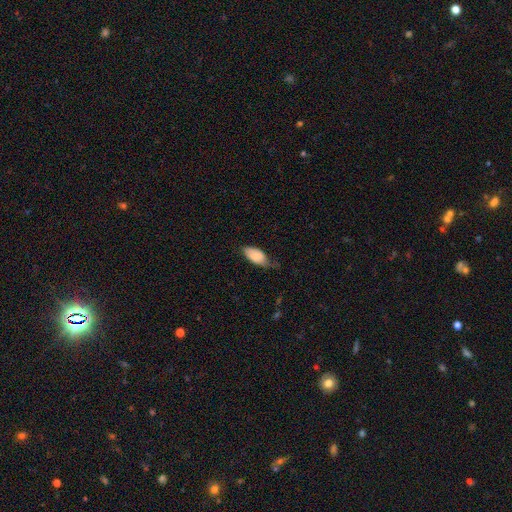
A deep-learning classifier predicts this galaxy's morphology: type=smooth (79%); roundness=in between (93%); merging=minor disturbance (45%).